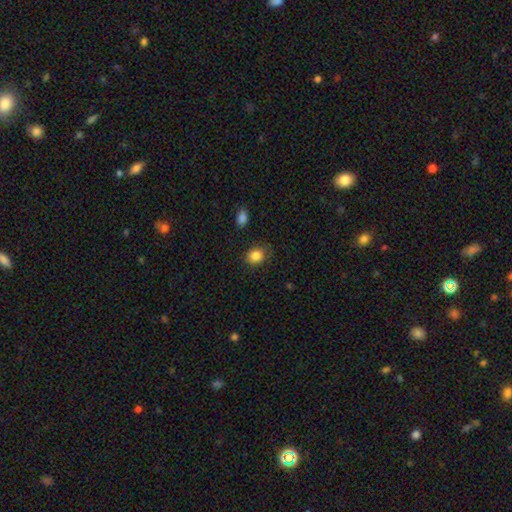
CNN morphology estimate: This appears to be a smooth galaxy with no disk features (86%) that is round (55%). Merging: none (80%).